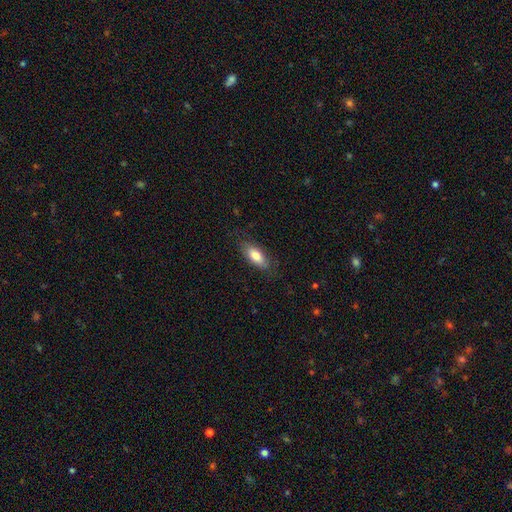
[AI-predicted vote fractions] A smooth galaxy with no disk features (78%) that is in between round and cigar-shaped (79%).

Vote fractions:
- Smooth or featured? smooth: 78% / featured or disk: 16% / star or artifact: 6%
- How rounded? in between: 79% / cigar-shaped: 19% / round: 2%
- Merging? none: 78% / minor disturbance: 16% / major disturbance: 5% / merger: 1%